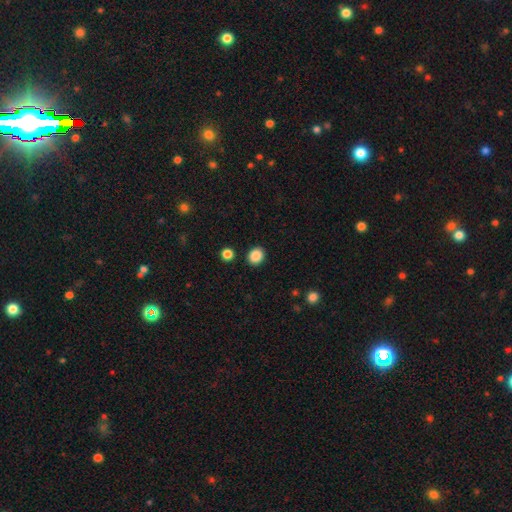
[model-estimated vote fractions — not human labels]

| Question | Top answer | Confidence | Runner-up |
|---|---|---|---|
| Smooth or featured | smooth | 87% | star or artifact (10%) |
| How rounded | round | 65% | in between (34%) |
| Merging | none | 89% | minor disturbance (7%) |